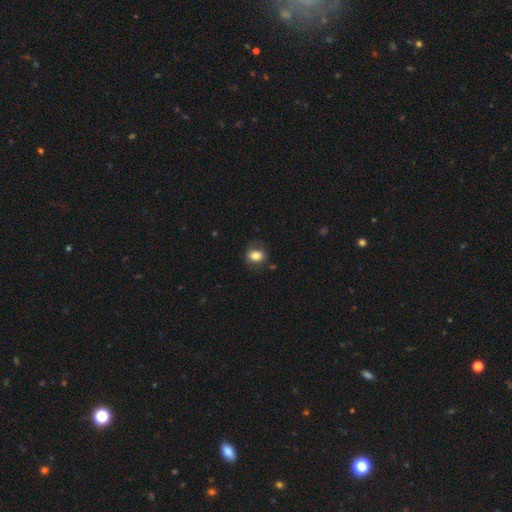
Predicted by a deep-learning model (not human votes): This appears to be a smooth galaxy with no disk features (82%) that is in between round and cigar-shaped (56%). Merging: none (79%).